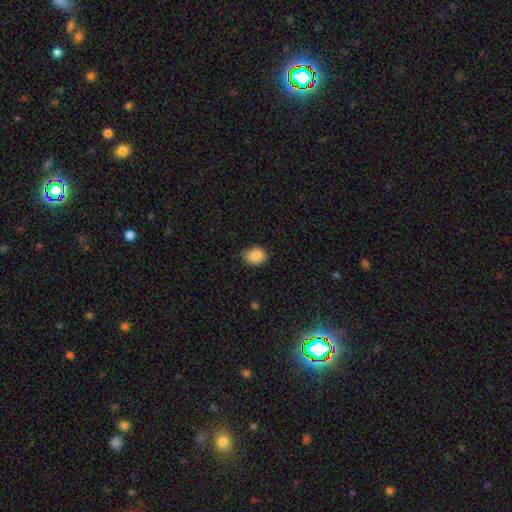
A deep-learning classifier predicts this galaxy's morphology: Overall: smooth (88%). How rounded: in between (60%; round 39%). Merging: none (83%).